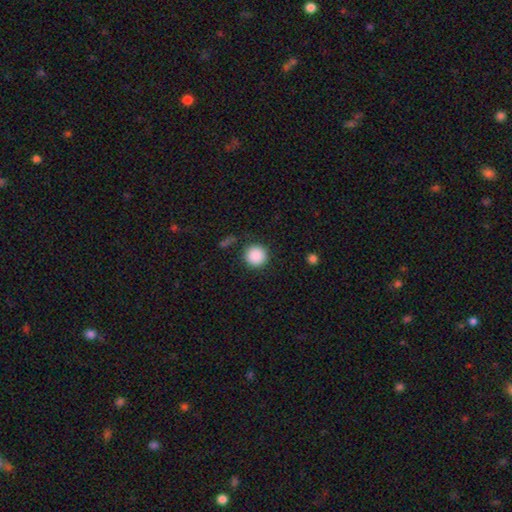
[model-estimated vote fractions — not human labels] smooth-or-featured: smooth: 89% | star or artifact: 8% | featured or disk: 3%
  how-rounded: round: 95% | in between: 4% | cigar-shaped: 1%
  merging: none: 88% | minor disturbance: 7% | major disturbance: 3% | merger: 2%